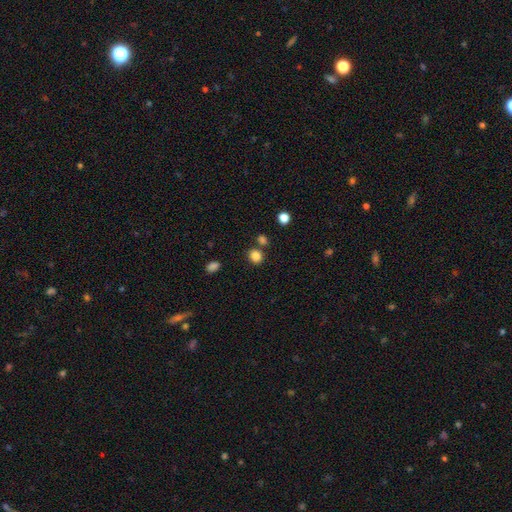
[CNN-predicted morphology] Smooth or featured? smooth (85%)
How rounded? round (71%)
Merging? none (74%)